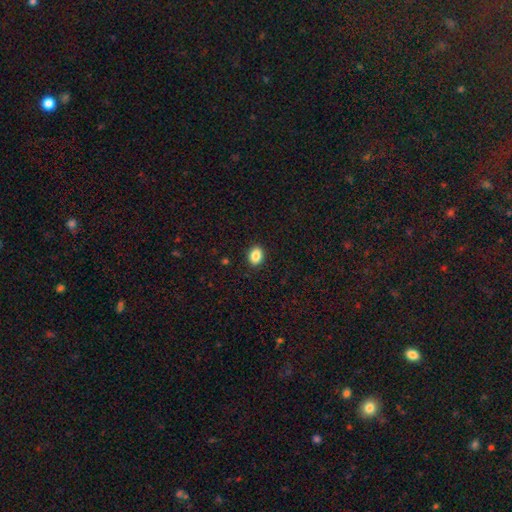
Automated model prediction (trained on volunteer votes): This appears to be a smooth galaxy with no disk features (88%) that is in between round and cigar-shaped (70%). Merging: none (91%).